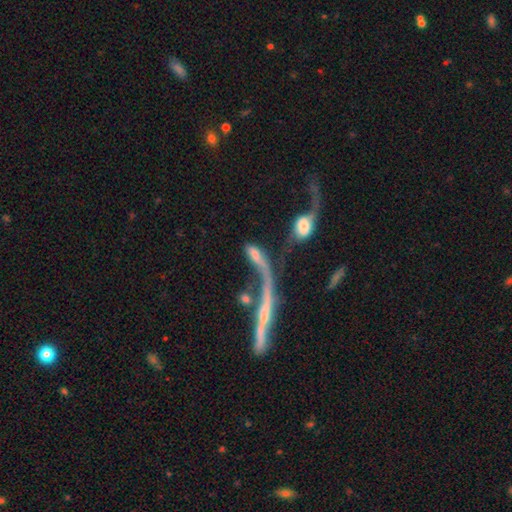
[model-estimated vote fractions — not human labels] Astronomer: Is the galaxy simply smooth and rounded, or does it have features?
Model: smooth — 52% (runner-up: featured or disk, 37%).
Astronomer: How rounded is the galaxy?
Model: in between — 57% (runner-up: cigar-shaped, 34%).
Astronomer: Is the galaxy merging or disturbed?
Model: merger — 51%.